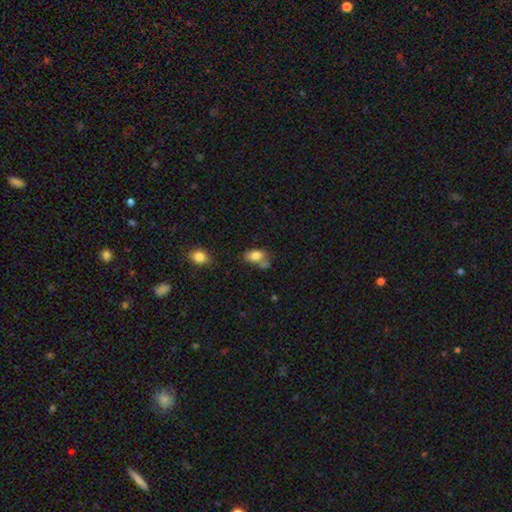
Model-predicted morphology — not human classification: smooth 80%, featured or disk 11%, star or artifact 9%. Down the decision tree: how rounded — in between (88%); merging — none (45%).